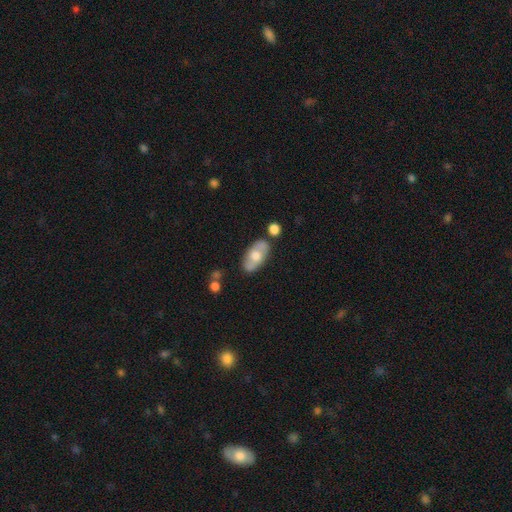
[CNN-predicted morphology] This appears to be a smooth galaxy with no disk features (53%) that is in between round and cigar-shaped (91%). Merging: none (72%).